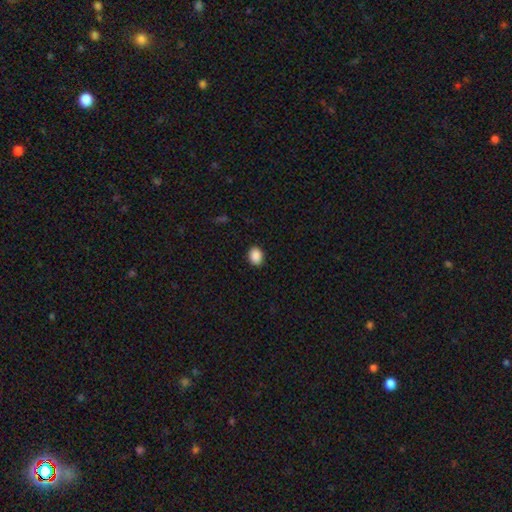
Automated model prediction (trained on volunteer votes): This is clearly a smooth galaxy (89%). How rounded: possibly in between (56%). Merging: clearly none (90%).